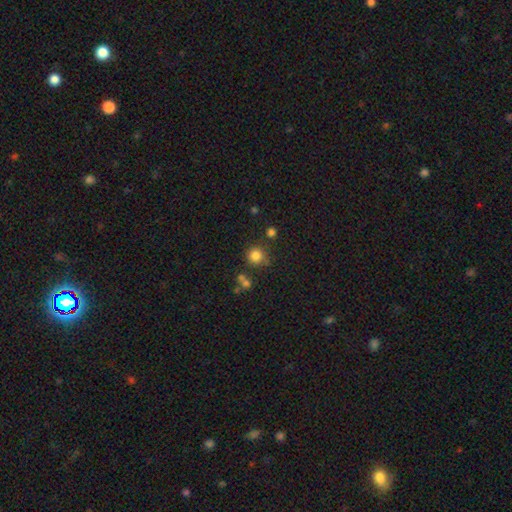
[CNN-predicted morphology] Q: Smooth or featured?
A: smooth (81%); runner-up: star or artifact (13%)
Q: How rounded?
A: round (92%); runner-up: in between (7%)
Q: Merging?
A: none (75%); runner-up: minor disturbance (11%)